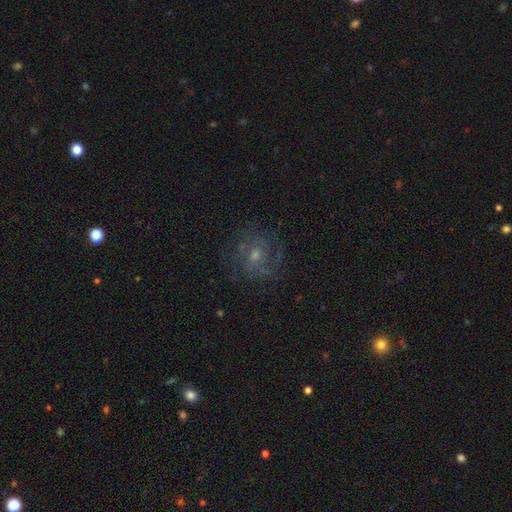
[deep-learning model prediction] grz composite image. It shows a featured or disk galaxy (63%) with no bar (65%), spiral arms (80%) and a moderate central bulge (47%). Merging: none (69%).